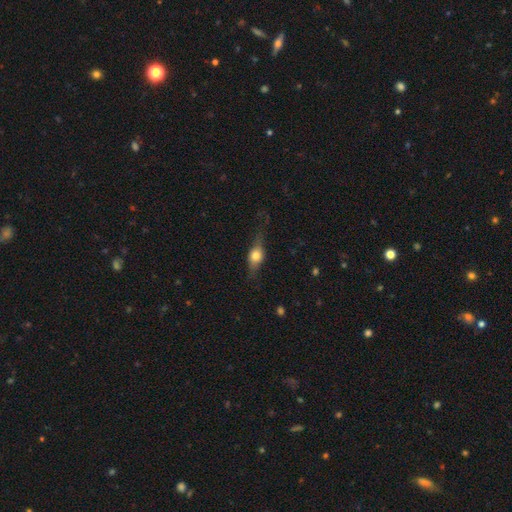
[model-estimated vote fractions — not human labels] Morphology: type=smooth (54%); roundness=in between (61%); merging=none (60%).